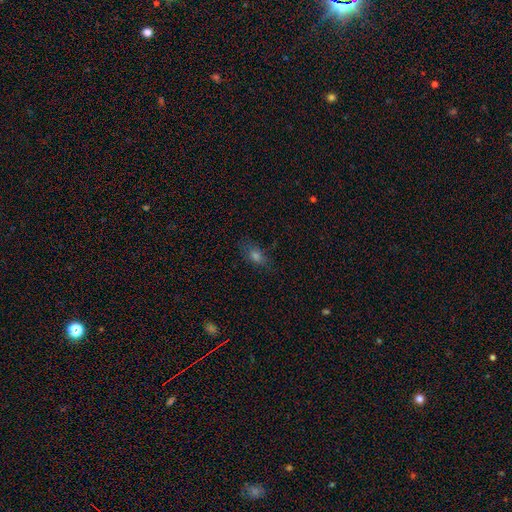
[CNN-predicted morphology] This is likely a smooth galaxy (65%). How rounded: likely in between (73%). Merging: likely none (78%).